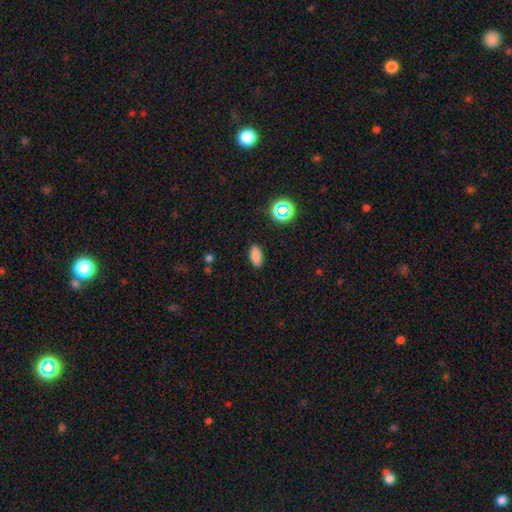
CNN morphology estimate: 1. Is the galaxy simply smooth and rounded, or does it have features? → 80% smooth, 14% star or artifact, 6% featured or disk.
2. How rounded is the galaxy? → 87% in between, 8% cigar-shaped, 5% round.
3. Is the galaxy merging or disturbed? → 87% none, 9% minor disturbance, 2% major disturbance, 1% merger.